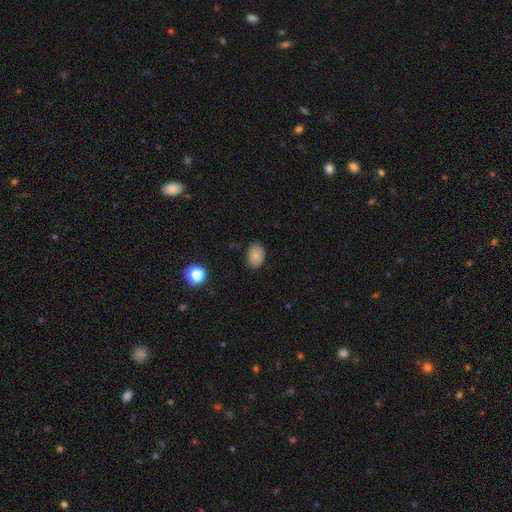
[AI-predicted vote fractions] This is likely a smooth galaxy (79%). How rounded: likely in between (72%). Merging: clearly none (83%).